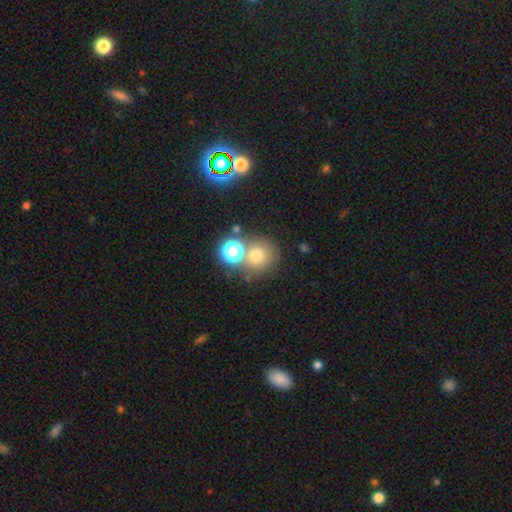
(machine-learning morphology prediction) A smooth galaxy with no disk features (70%) that is round (88%).

Vote fractions:
- Smooth or featured? smooth: 70% / star or artifact: 20% / featured or disk: 11%
- How rounded? round: 88% / in between: 11% / cigar-shaped: 1%
- Merging? none: 60% / merger: 26% / minor disturbance: 9% / major disturbance: 5%